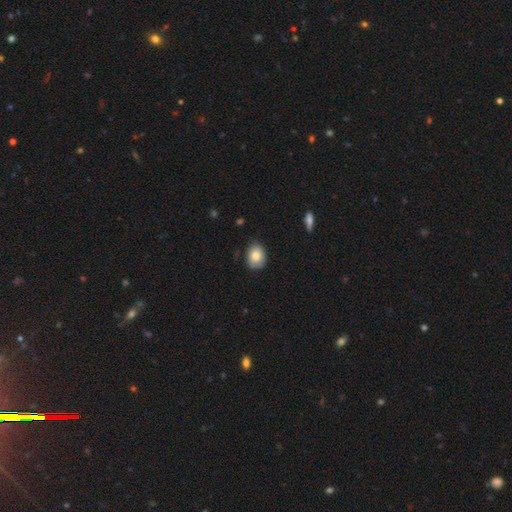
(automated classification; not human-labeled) A smooth galaxy with no disk features (80%) that is in between round and cigar-shaped (51%).

Vote fractions:
- Smooth or featured? smooth: 80% / featured or disk: 12% / star or artifact: 8%
- How rounded? in between: 51% / round: 48% / cigar-shaped: 1%
- Merging? none: 73% / minor disturbance: 22% / major disturbance: 3% / merger: 1%